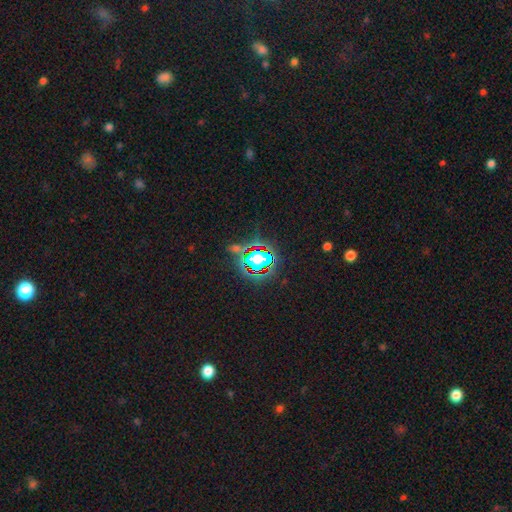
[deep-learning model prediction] Smooth or featured? Predicted: star or artifact (p=0.79).